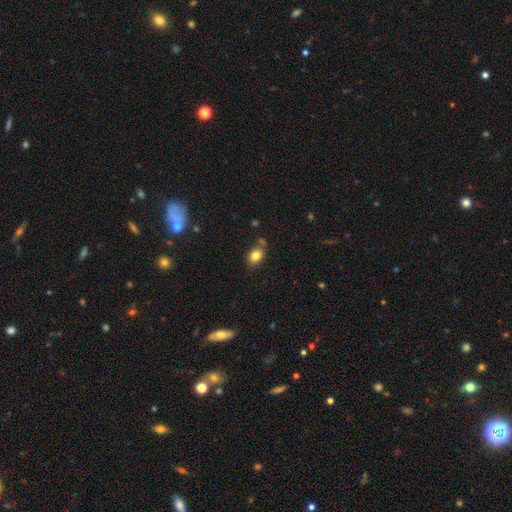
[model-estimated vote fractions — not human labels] A smooth galaxy with no disk features (82%) that is in between round and cigar-shaped (65%). Merging: none (74%).